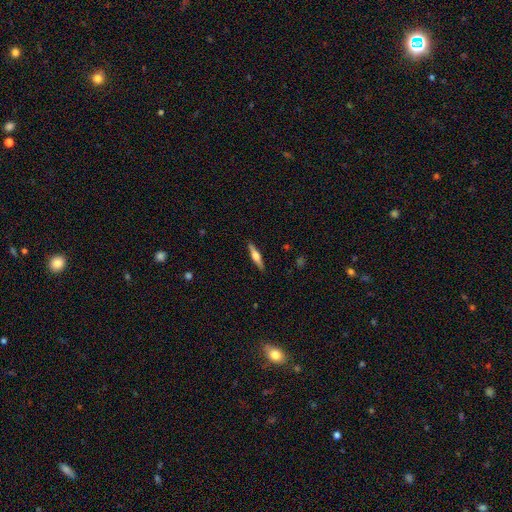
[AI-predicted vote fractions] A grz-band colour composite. It shows a featured or disk galaxy (56%) viewed edge-on (96%) with a rounded central bulge (88%). Merging: none (90%).